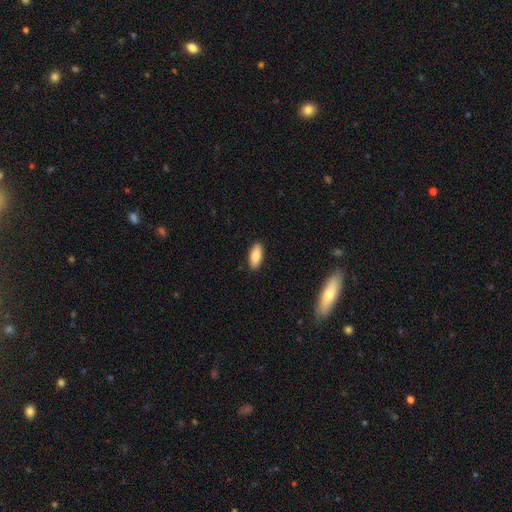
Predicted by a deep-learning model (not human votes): Smooth or featured? smooth (86%)
How rounded? in between (82%)
Merging? none (89%)